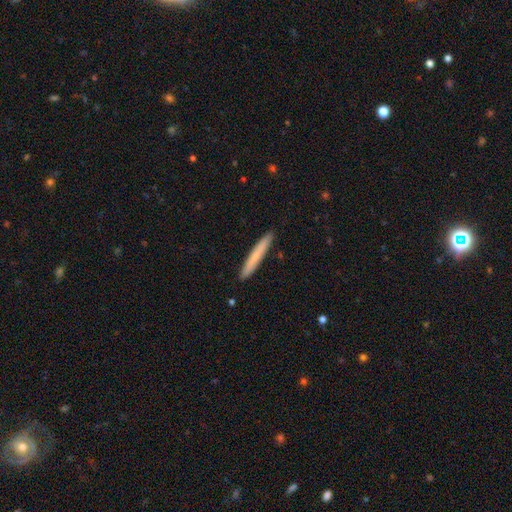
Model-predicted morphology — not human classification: type=smooth (69%); roundness=cigar-shaped (96%); merging=none (92%).